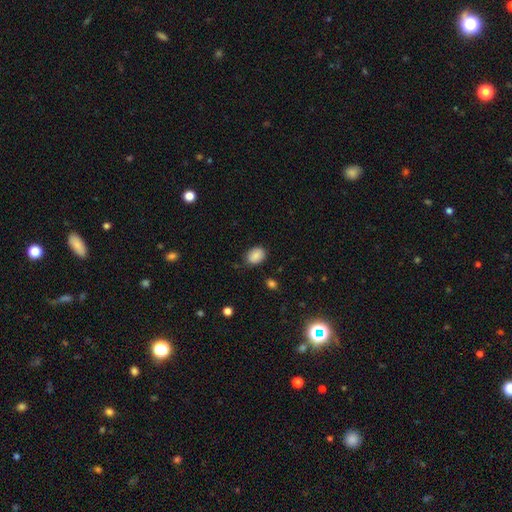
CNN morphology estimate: smooth 87%, star or artifact 8%, featured or disk 4%. Down the decision tree: how rounded — in between (71%); merging — none (79%).